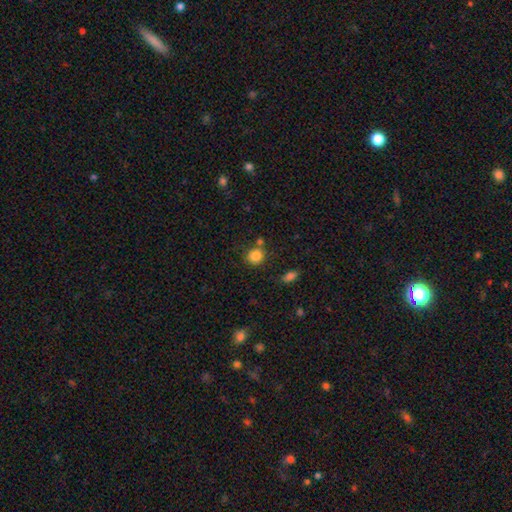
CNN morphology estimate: This appears to be a smooth galaxy with no disk features (85%) that is round (82%). Merging: none (74%).